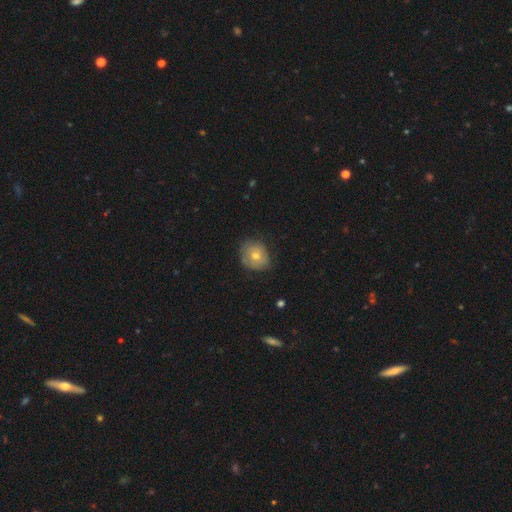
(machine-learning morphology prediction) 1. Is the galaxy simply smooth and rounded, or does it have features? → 61% smooth, 29% featured or disk, 11% star or artifact.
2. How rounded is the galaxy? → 75% round, 24% in between, 1% cigar-shaped.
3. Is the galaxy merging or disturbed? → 71% none, 23% minor disturbance, 5% major disturbance, 1% merger.